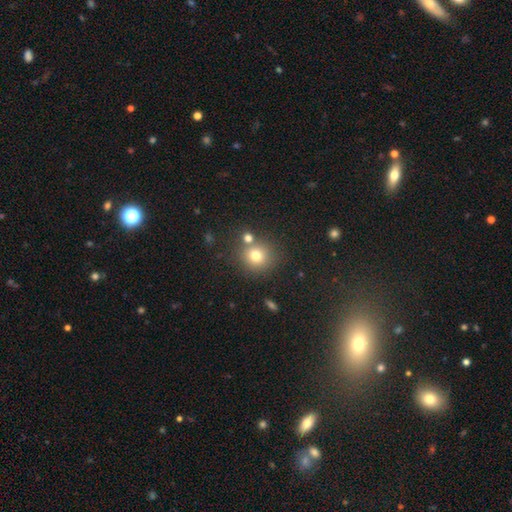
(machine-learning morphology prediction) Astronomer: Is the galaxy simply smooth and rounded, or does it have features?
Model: smooth — 74%.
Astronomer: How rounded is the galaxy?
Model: round — 89%.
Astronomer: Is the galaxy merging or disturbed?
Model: none — 71%.